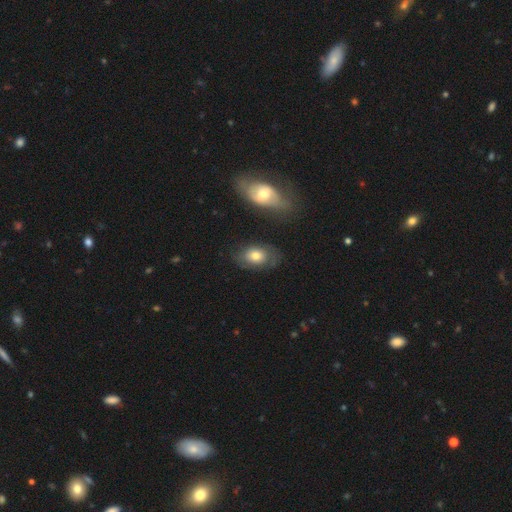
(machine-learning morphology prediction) Smooth or featured? smooth (59%)
How rounded? in between (80%)
Merging? none (61%)